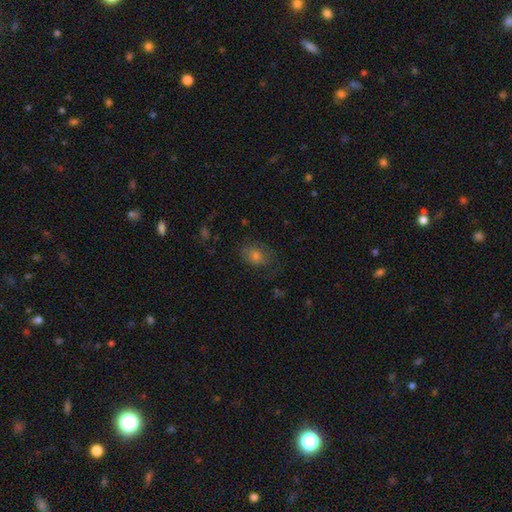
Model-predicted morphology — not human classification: type=smooth (66%); roundness=in between (63%); merging=none (67%).